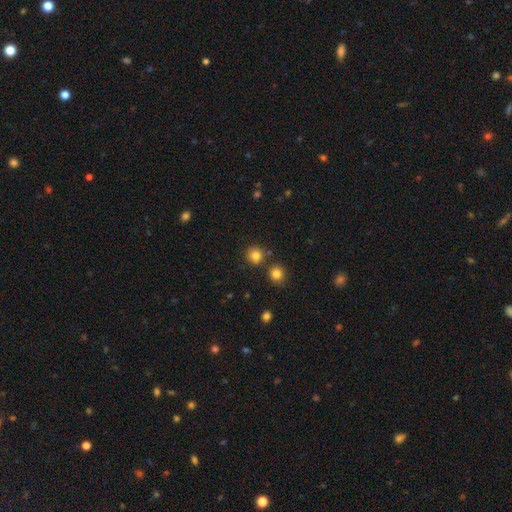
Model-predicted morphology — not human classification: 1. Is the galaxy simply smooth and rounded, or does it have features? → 81% smooth, 13% star or artifact, 6% featured or disk.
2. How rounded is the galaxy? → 90% round, 9% in between, 1% cigar-shaped.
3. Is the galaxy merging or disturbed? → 80% none, 9% merger, 8% minor disturbance, 3% major disturbance.